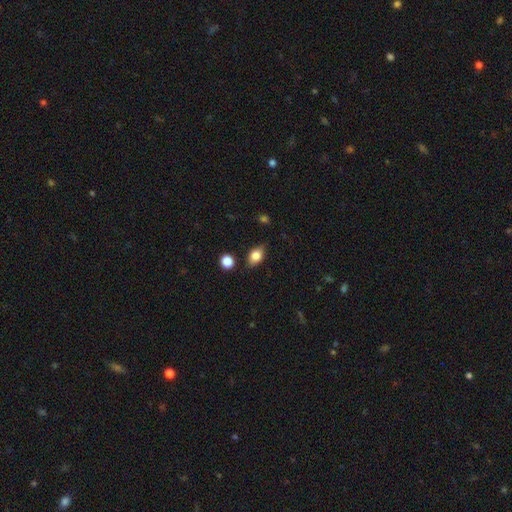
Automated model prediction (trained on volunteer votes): Q: Smooth or featured?
A: smooth (80%); runner-up: featured or disk (12%)
Q: How rounded?
A: in between (80%); runner-up: round (17%)
Q: Merging?
A: none (78%); runner-up: minor disturbance (16%)